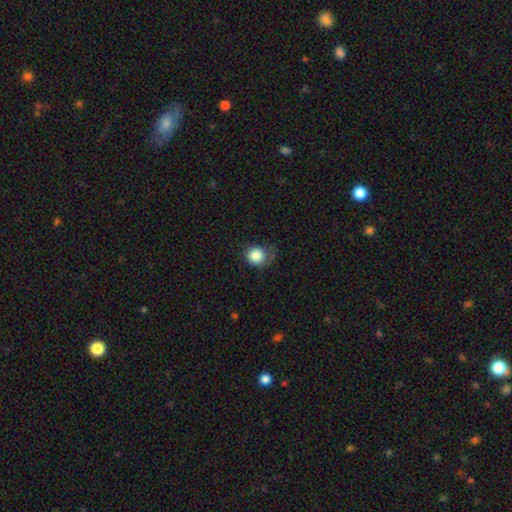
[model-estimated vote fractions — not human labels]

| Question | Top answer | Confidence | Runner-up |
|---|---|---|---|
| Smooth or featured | smooth | 84% | star or artifact (9%) |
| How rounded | round | 84% | in between (15%) |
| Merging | none | 52% | minor disturbance (30%) |